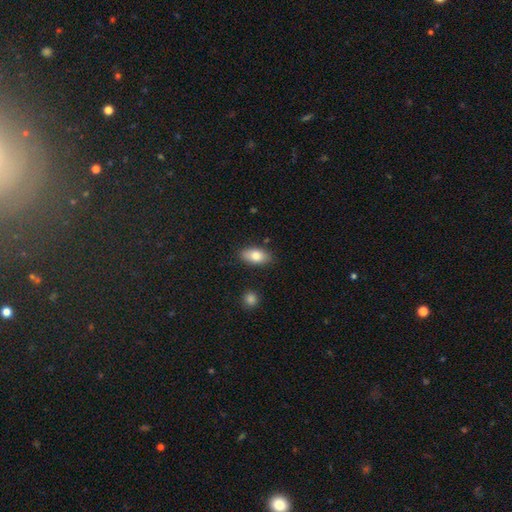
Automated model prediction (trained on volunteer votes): Morphology: type=smooth (81%); roundness=in between (90%); merging=none (84%).